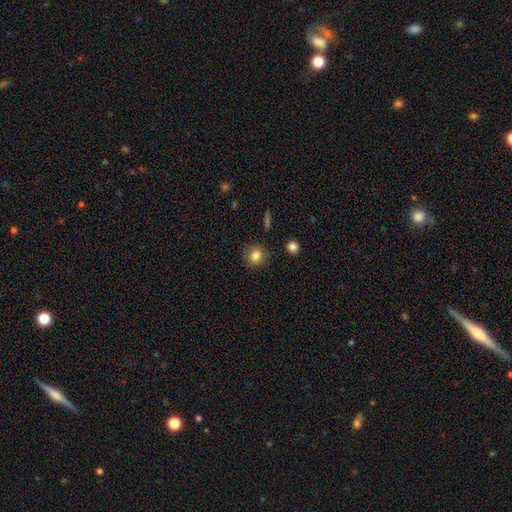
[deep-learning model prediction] The model was most divided on "smooth or featured": smooth: 83%, star or artifact: 11%, featured or disk: 6%. More confident: how rounded — round (89%); merging — none (87%).